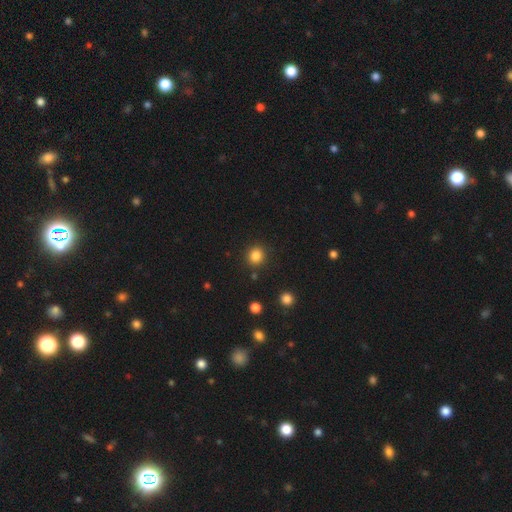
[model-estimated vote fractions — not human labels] This is clearly a smooth galaxy (85%). How rounded: clearly round (86%). Merging: clearly none (88%).